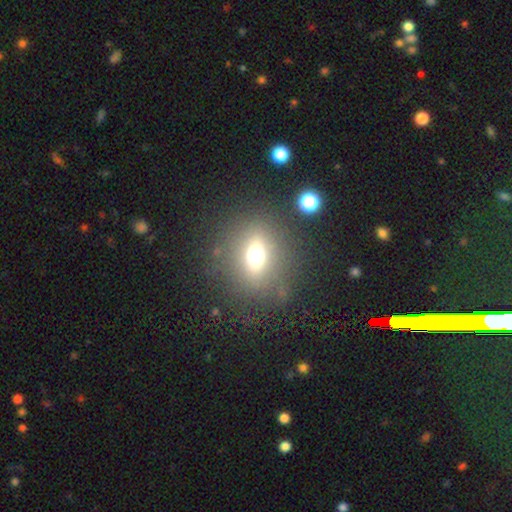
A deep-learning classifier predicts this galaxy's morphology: Q: Smooth or featured?
A: smooth (56%); runner-up: featured or disk (23%)
Q: How rounded?
A: round (57%); runner-up: in between (39%)
Q: Merging?
A: none (77%); runner-up: minor disturbance (11%)